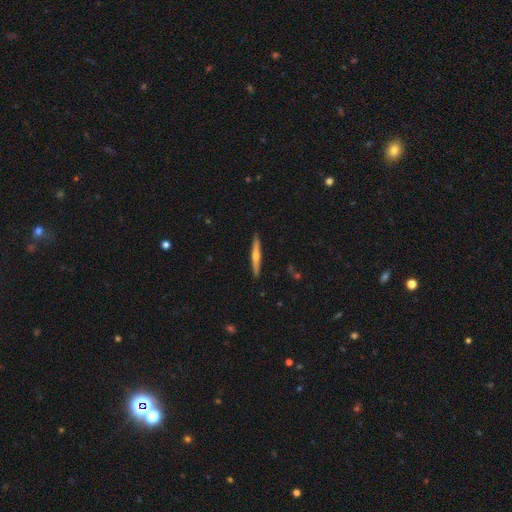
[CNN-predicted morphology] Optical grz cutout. It shows a featured or disk galaxy (53%) viewed edge-on (97%) with a rounded central bulge (79%). Merging: none (91%).